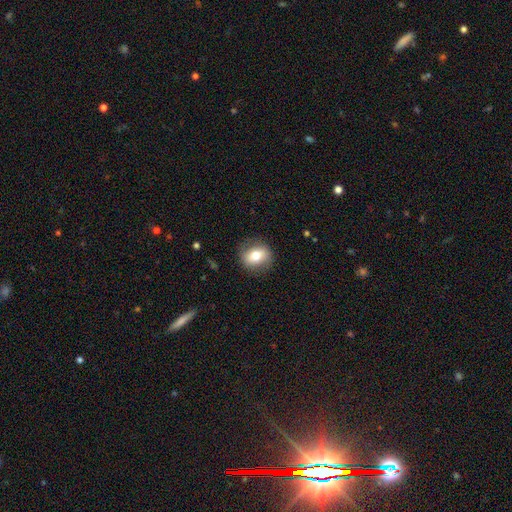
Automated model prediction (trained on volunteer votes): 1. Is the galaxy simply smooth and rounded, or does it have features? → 67% smooth, 25% featured or disk, 9% star or artifact.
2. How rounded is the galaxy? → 62% round, 36% in between, 2% cigar-shaped.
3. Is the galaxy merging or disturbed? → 84% none, 11% minor disturbance, 4% major disturbance, 1% merger.